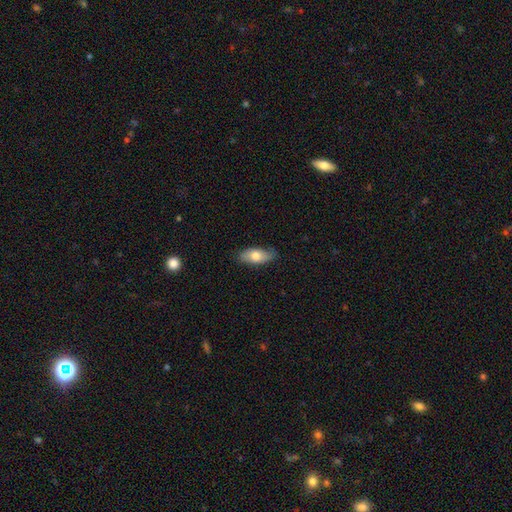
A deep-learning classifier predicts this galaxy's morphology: smooth-or-featured: smooth: 71% | featured or disk: 23% | star or artifact: 6%
  how-rounded: in between: 86% | cigar-shaped: 10% | round: 3%
  merging: none: 79% | minor disturbance: 17% | major disturbance: 3% | merger: 1%